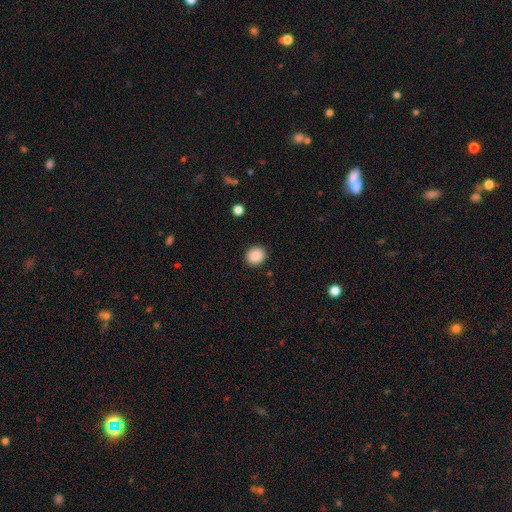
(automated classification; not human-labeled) The model was most divided on "how rounded": round: 80%, in between: 19%, cigar-shaped: 1%. More confident: merging — none (91%); smooth or featured — smooth (89%).